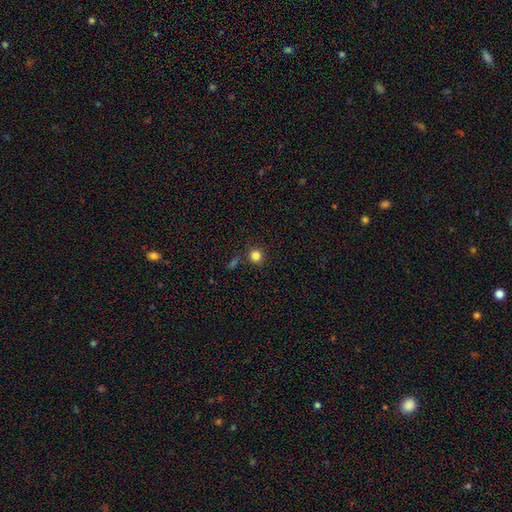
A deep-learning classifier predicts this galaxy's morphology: This is clearly a smooth galaxy (81%). How rounded: clearly round (93%). Merging: clearly none (85%).